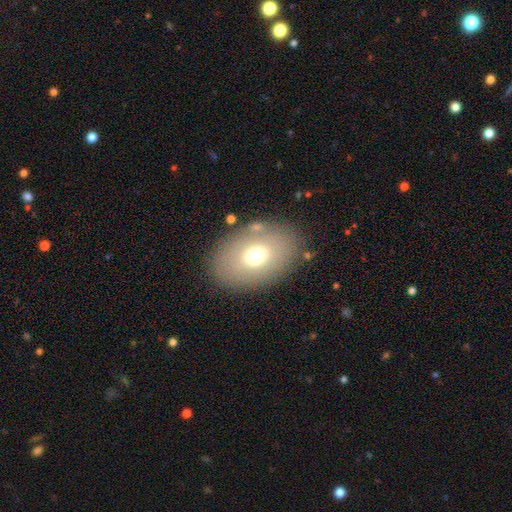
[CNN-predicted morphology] Smooth or featured: smooth — 68% (featured or disk — 21%)
How rounded: in between — 80% (round — 19%)
Merging: none — 82% (minor disturbance — 10%)